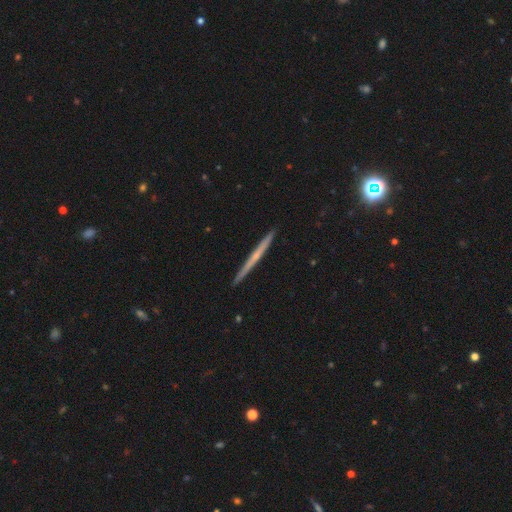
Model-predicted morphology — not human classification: This is likely a featured or disk galaxy (64%). It is clearly viewed edge-on (98%). Edge-on bulge: likely none (65%). Merging: clearly none (92%).